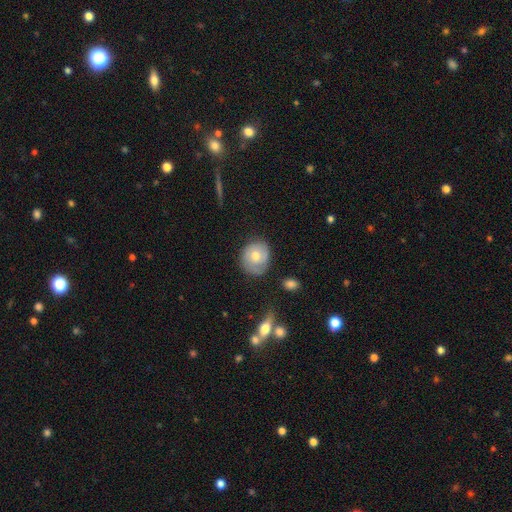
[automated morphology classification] smooth_or_featured: smooth (p=0.48) [alt: featured or disk p=0.44]
merging: none (p=0.68) [alt: minor disturbance p=0.23]